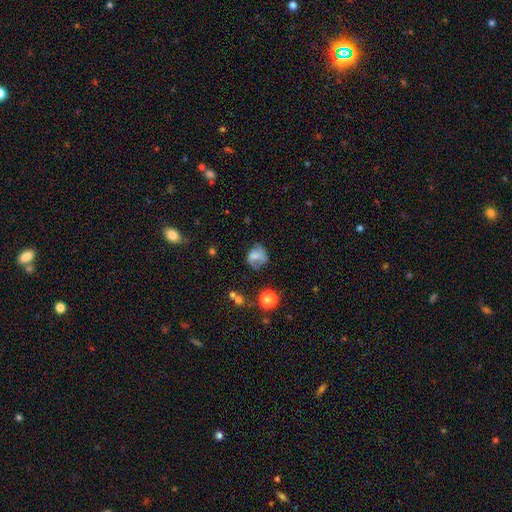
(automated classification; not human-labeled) Smooth or featured? featured or disk (47%)
Merging? none (52%)